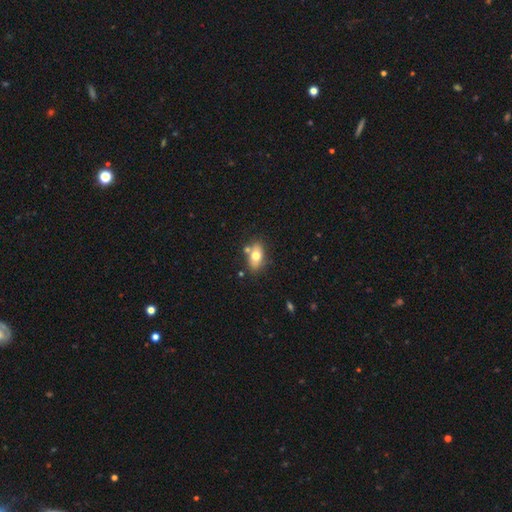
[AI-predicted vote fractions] Smooth or featured: smooth — 71% (featured or disk — 20%)
How rounded: in between — 85% (round — 12%)
Merging: none — 70% (minor disturbance — 14%)